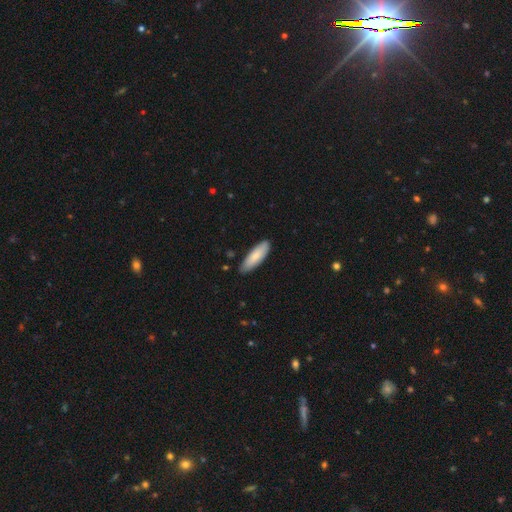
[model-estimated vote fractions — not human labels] Q: Smooth or featured?
A: smooth (81%); runner-up: featured or disk (13%)
Q: How rounded?
A: in between (53%); runner-up: cigar-shaped (45%)
Q: Merging?
A: none (84%); runner-up: minor disturbance (12%)